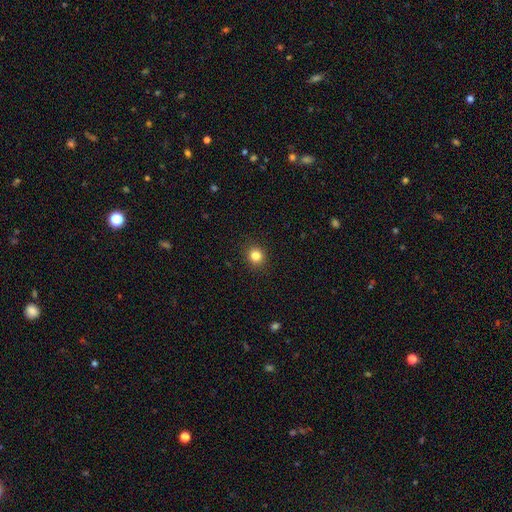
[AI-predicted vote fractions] A smooth galaxy with no disk features (83%) that is round (86%).

Vote fractions:
- Smooth or featured? smooth: 83% / star or artifact: 12% / featured or disk: 5%
- How rounded? round: 86% / in between: 13% / cigar-shaped: 1%
- Merging? none: 91% / minor disturbance: 6% / major disturbance: 2% / merger: 1%